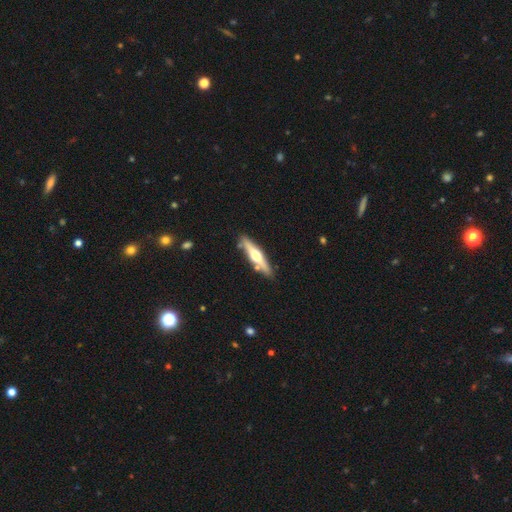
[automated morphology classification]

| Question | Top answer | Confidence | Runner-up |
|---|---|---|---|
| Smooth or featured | featured or disk | 61% | smooth (34%) |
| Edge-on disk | yes | 95% | no (5%) |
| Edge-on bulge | rounded | 93% | boxy (4%) |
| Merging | none | 84% | minor disturbance (10%) |